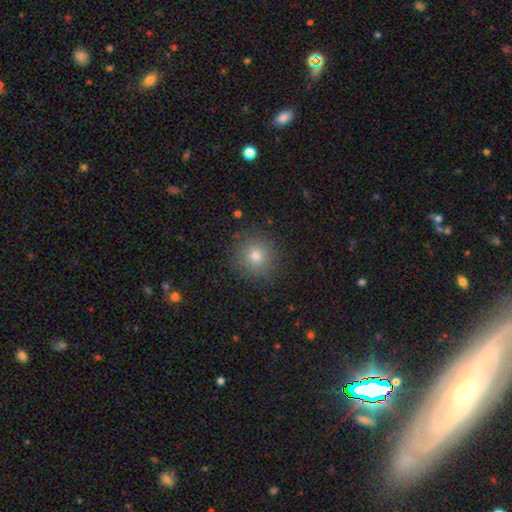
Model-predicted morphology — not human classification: type=smooth (76%); roundness=round (93%); merging=none (88%).